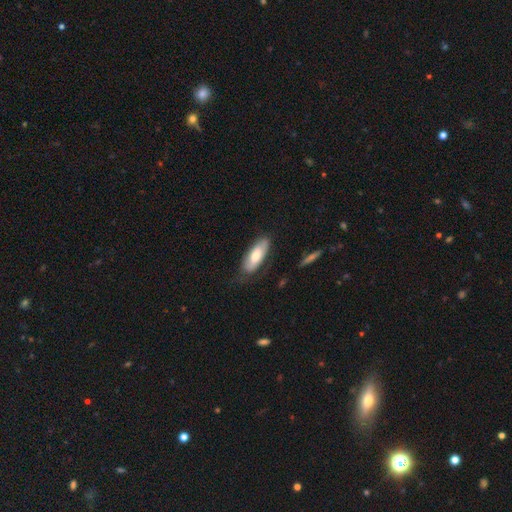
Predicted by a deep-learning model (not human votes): The model was most divided on "smooth or featured": smooth: 66%, featured or disk: 28%, star or artifact: 6%. More confident: how rounded — in between (76%); merging — none (69%).